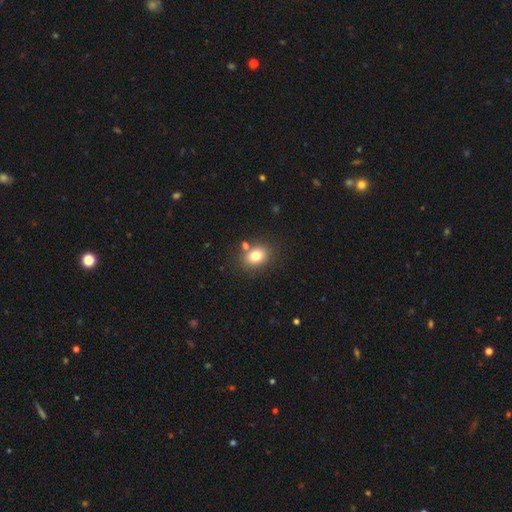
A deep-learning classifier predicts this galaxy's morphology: Smooth or featured: smooth — 79% (star or artifact — 12%)
How rounded: in between — 52% (round — 47%)
Merging: none — 76% (minor disturbance — 11%)